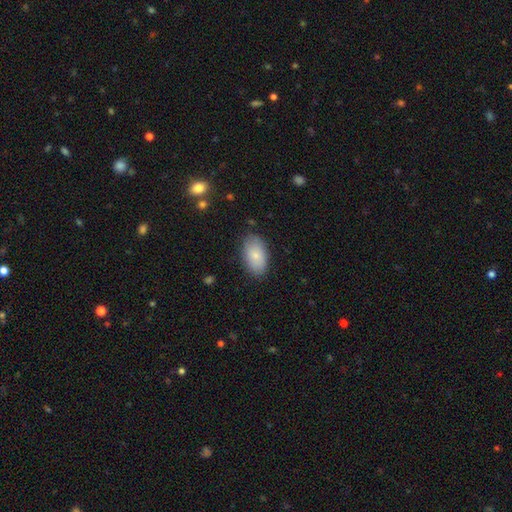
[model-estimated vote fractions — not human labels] Overall: smooth (81%). How rounded: in between (93%). Merging: none (82%).